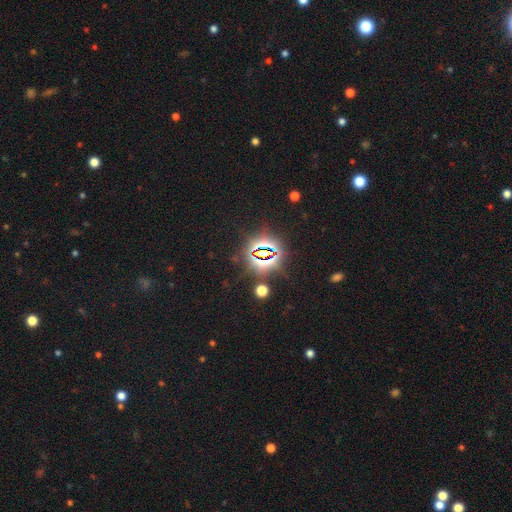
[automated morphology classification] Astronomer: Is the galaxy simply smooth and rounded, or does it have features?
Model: star or artifact — 83%.